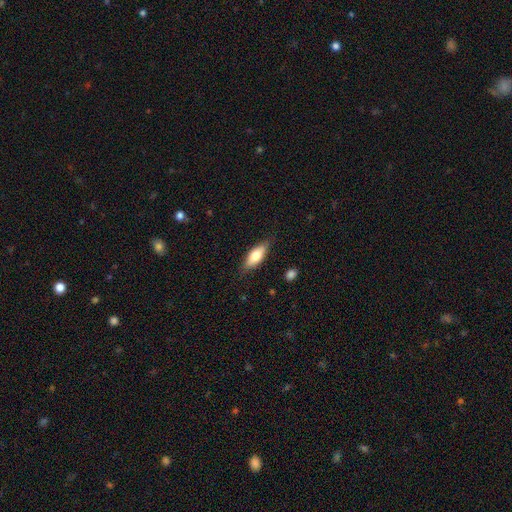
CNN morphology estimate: A smooth galaxy with no disk features (71%) that is in between round and cigar-shaped (74%).

Vote fractions:
- Smooth or featured? smooth: 71% / featured or disk: 23% / star or artifact: 6%
- How rounded? in between: 74% / cigar-shaped: 23% / round: 3%
- Merging? none: 80% / minor disturbance: 15% / major disturbance: 3% / merger: 1%